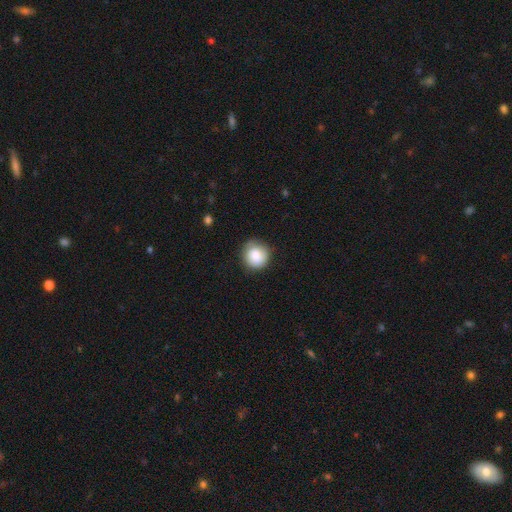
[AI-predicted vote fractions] smooth_or_featured: smooth (p=0.84) [alt: star or artifact p=0.08]
how_rounded: round (p=0.91) [alt: in between p=0.08]
merging: none (p=0.79) [alt: minor disturbance p=0.16]